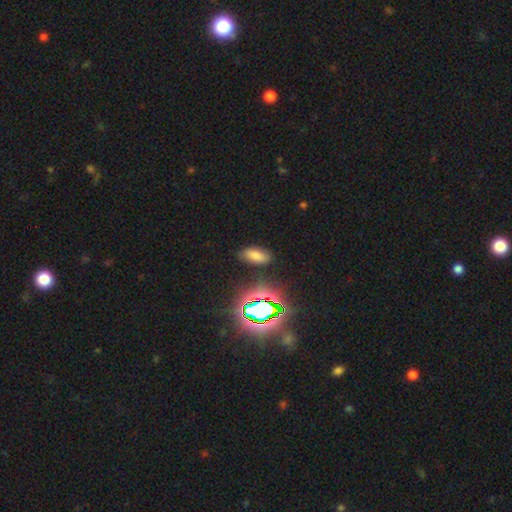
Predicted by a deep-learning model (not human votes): A smooth galaxy with no disk features (65%) that is in between round and cigar-shaped (88%). Merging: none (85%).